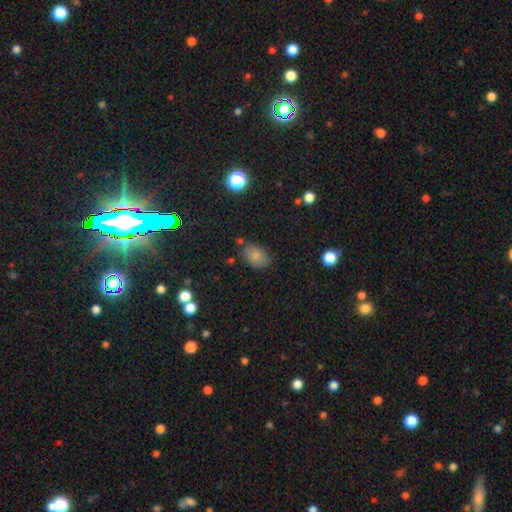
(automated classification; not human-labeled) Smooth or featured: smooth — 79% (star or artifact — 12%)
How rounded: in between — 83% (round — 16%)
Merging: none — 73% (minor disturbance — 18%)